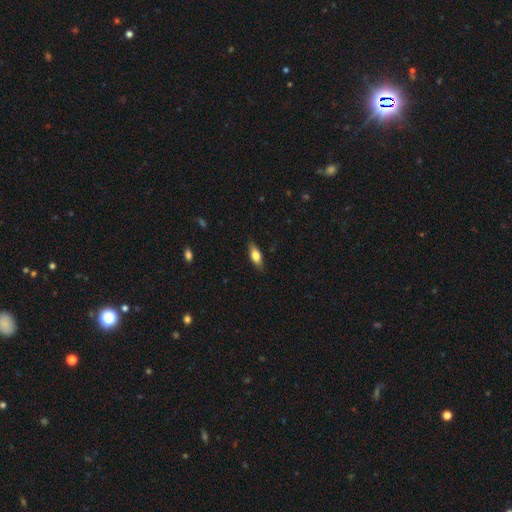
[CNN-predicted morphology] smooth-or-featured: smooth: 69% | featured or disk: 25% | star or artifact: 7%
  how-rounded: in between: 74% | cigar-shaped: 23% | round: 3%
  merging: none: 85% | minor disturbance: 12% | major disturbance: 2% | merger: 1%